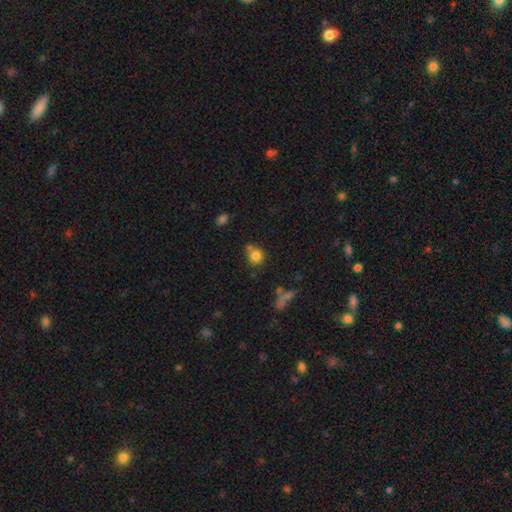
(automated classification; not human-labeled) This appears to be a smooth galaxy with no disk features (80%) that is round (85%). Merging: none (60%).